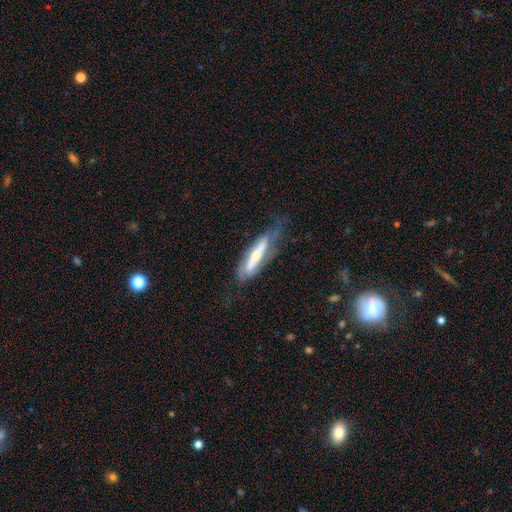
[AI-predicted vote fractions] Smooth or featured?
  - featured or disk: 58% *
  - smooth: 33%
  - star or artifact: 9%
Edge-on disk?
  - yes: 65% *
  - no: 35%
Merging?
  - none: 59% *
  - minor disturbance: 27%
  - major disturbance: 12%
  - merger: 3%